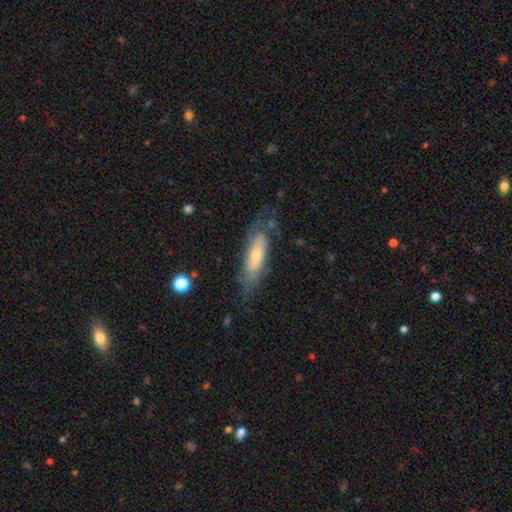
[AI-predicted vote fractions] smooth-or-featured: featured or disk: 55% | smooth: 38% | star or artifact: 7%
  disk-edge-on: no: 65% | yes: 35%
  merging: none: 59% | minor disturbance: 24% | major disturbance: 14% | merger: 2%